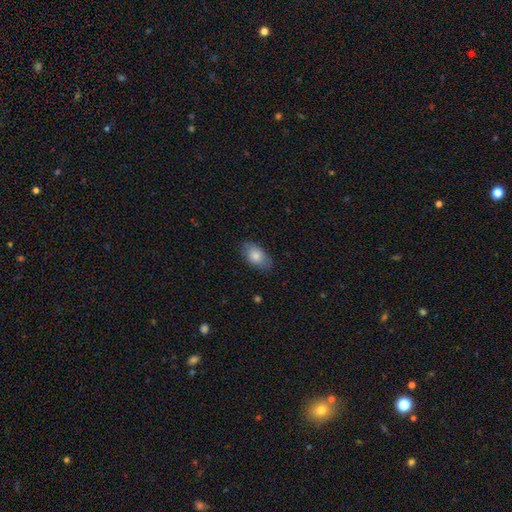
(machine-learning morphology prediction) Smooth or featured? smooth (81%)
How rounded? in between (92%)
Merging? none (80%)